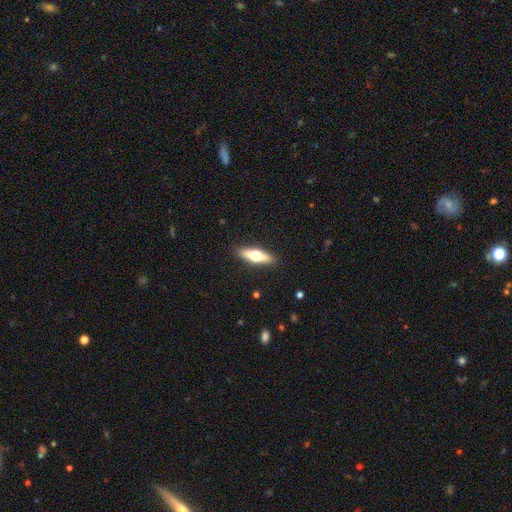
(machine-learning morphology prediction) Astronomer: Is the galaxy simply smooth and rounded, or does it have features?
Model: featured or disk — 50% (runner-up: smooth, 44%).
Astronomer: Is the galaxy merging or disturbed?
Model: none — 90%.